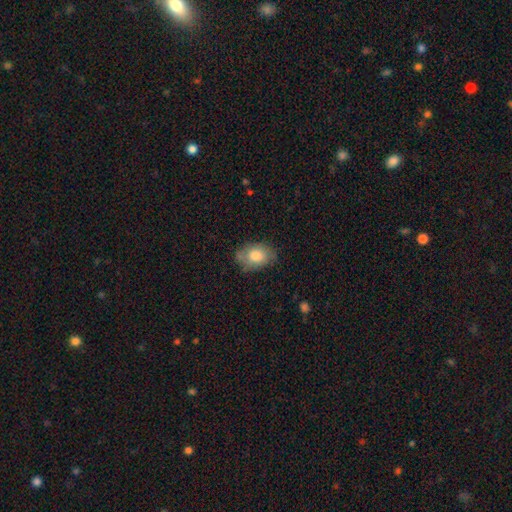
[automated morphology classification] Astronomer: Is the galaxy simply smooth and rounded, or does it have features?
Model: smooth — 75%.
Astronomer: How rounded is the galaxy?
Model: in between — 85%.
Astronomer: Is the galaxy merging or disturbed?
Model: none — 72%.